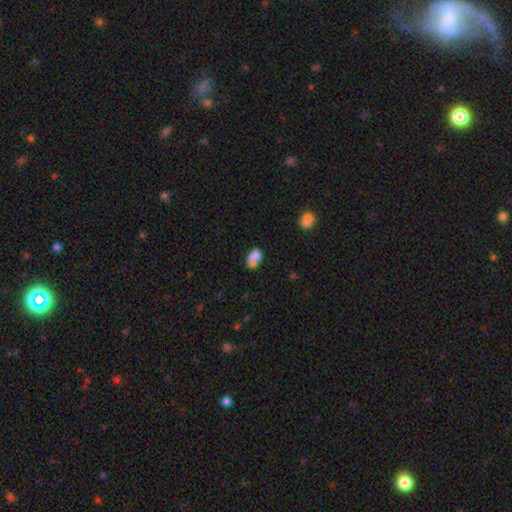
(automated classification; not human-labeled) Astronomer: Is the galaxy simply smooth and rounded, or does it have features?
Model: smooth — 68%.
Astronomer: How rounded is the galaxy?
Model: in between — 75%.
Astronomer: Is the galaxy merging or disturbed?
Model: merger — 43% (runner-up: none, 30%).